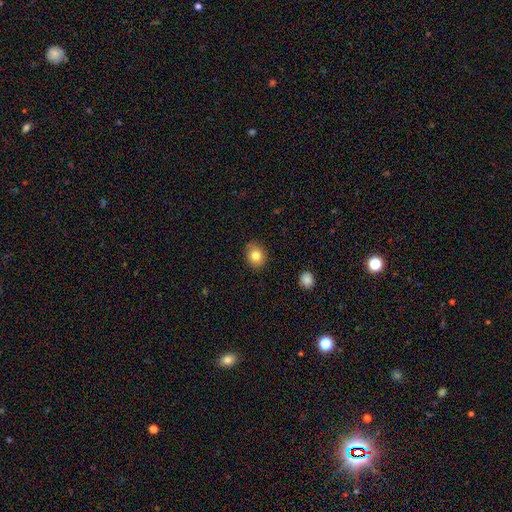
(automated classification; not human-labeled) Overall: smooth (82%). How rounded: round (57%; in between 42%). Merging: none (86%).